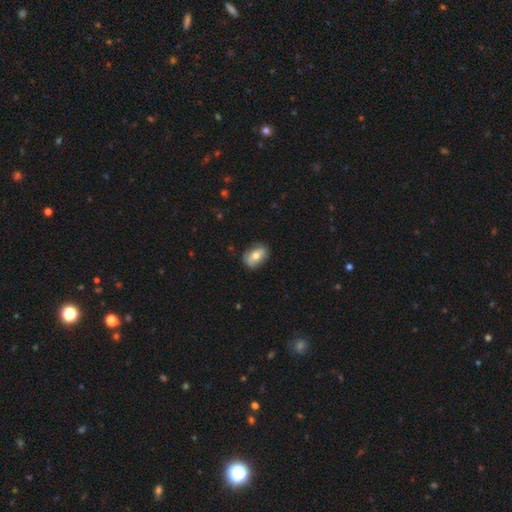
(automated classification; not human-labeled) smooth 61%, featured or disk 32%, star or artifact 7%. Down the decision tree: how rounded — in between (83%); merging — none (77%).